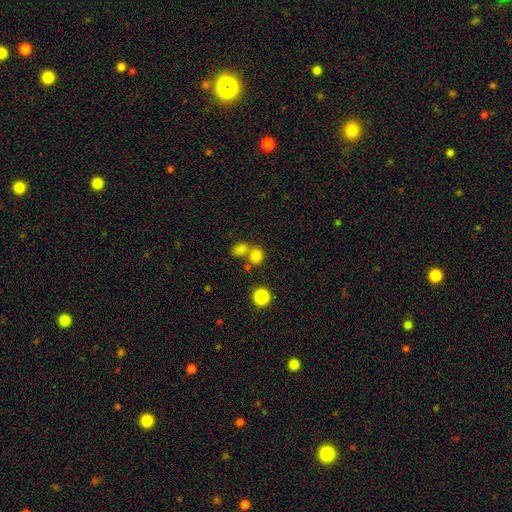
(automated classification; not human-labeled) The model was most divided on "merging": none: 54%, merger: 33%, minor disturbance: 8%, major disturbance: 4%. More confident: smooth or featured — smooth (79%); how rounded — round (74%).